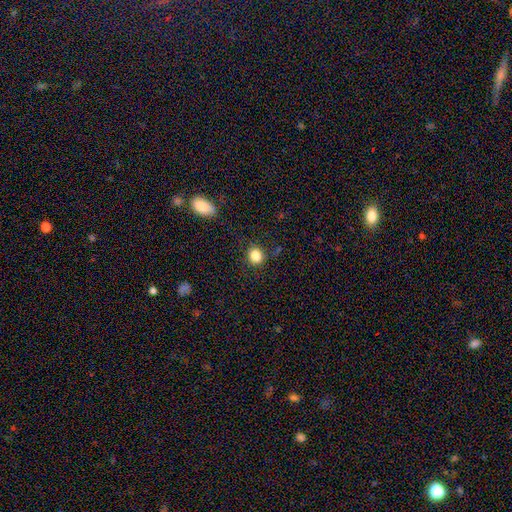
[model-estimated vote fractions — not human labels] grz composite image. It shows a smooth galaxy with no disk features (84%) that is round (83%). Merging: none (86%).